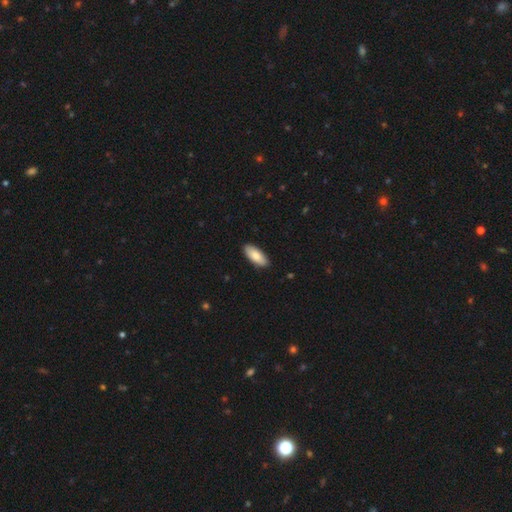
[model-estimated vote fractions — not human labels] This appears to be a smooth galaxy with no disk features (84%) that is in between round and cigar-shaped (84%). Merging: none (90%).